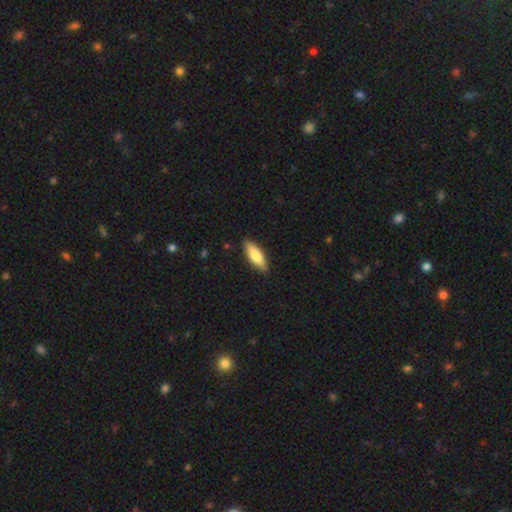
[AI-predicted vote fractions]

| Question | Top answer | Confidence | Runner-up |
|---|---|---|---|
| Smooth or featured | smooth | 80% | featured or disk (15%) |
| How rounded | in between | 54% | cigar-shaped (44%) |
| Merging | none | 87% | minor disturbance (10%) |